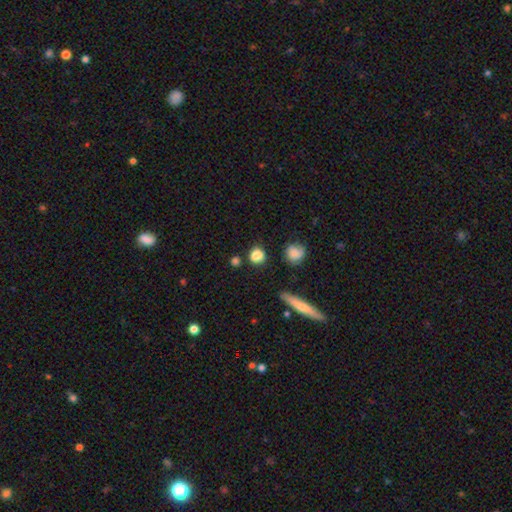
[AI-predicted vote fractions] The model was most divided on "how rounded": round: 73%, in between: 24%, cigar-shaped: 3%. More confident: smooth or featured — smooth (82%); merging — none (78%).